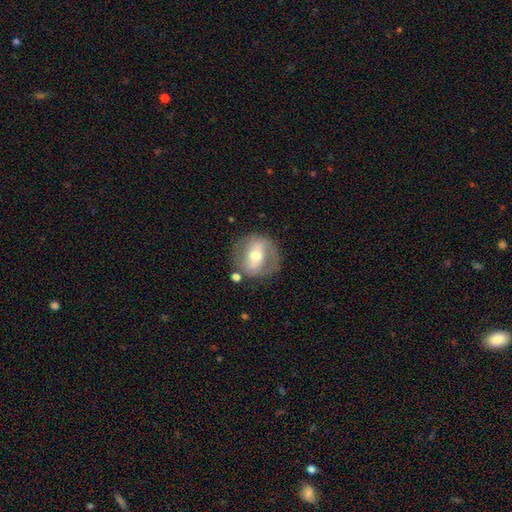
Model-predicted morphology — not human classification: smooth-or-featured: featured or disk: 59% | smooth: 34% | star or artifact: 7%
  disk-edge-on: no: 93% | yes: 7%
    bar: strong: 42% | weak: 32% | no: 26%
    has-spiral-arms: no: 57% | yes: 43%
    bulge-size: moderate: 67% | small: 24% | large: 7% | dominant: 1% | none: 1%
  merging: none: 73% | minor disturbance: 15% | major disturbance: 8% | merger: 4%